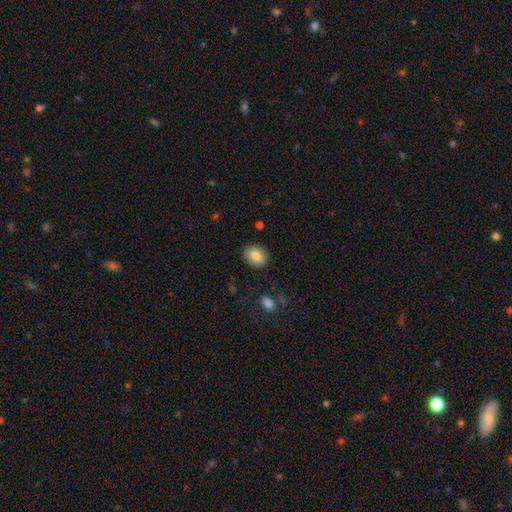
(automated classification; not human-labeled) Smooth or featured? smooth (84%)
How rounded? in between (60%)
Merging? none (87%)